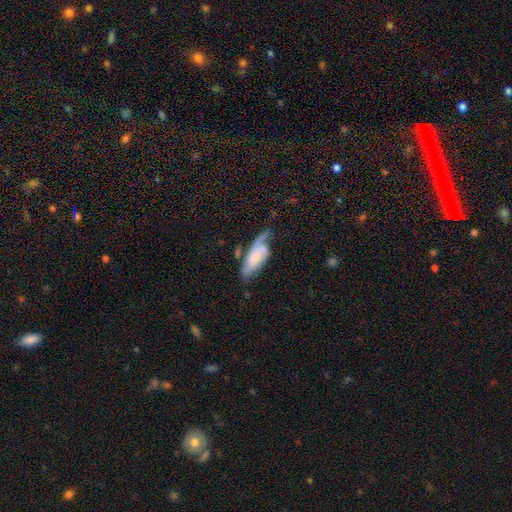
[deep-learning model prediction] smooth_or_featured: featured or disk (p=0.56) [alt: smooth p=0.37]
disk_edge_on: no (p=0.86) [alt: yes p=0.14]
merging: none (p=0.42) [alt: minor disturbance p=0.28]